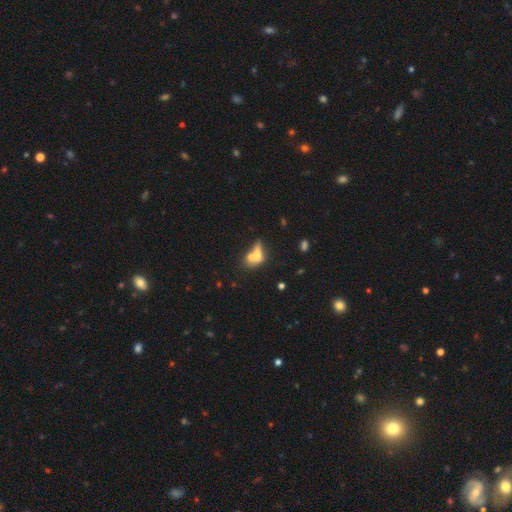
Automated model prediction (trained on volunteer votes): Smooth or featured: smooth — 59% (featured or disk — 29%)
How rounded: in between — 60% (round — 24%)
Merging: merger — 54% (none — 25%)